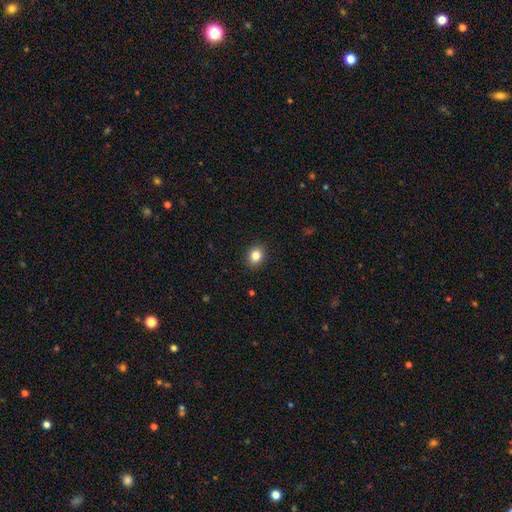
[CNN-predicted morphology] This appears to be a smooth galaxy with no disk features (83%) that is round (61%). Merging: none (90%).